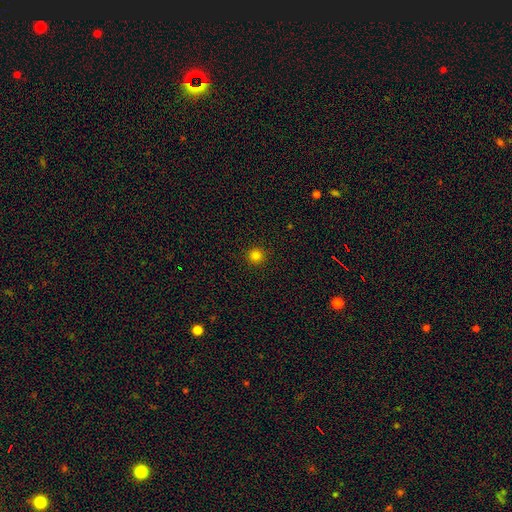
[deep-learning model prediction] smooth_or_featured: smooth (p=0.81) [alt: star or artifact p=0.15]
how_rounded: round (p=0.96) [alt: in between p=0.03]
merging: none (p=0.93) [alt: minor disturbance p=0.04]